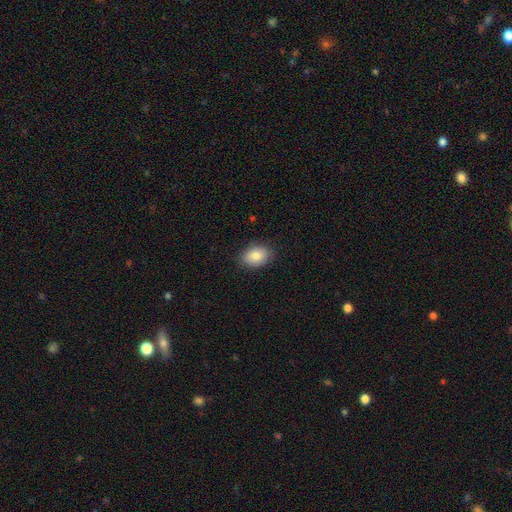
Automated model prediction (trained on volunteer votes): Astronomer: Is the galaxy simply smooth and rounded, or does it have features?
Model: smooth — 84%.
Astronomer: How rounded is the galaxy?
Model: in between — 78%.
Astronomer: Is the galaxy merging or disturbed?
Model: none — 86%.